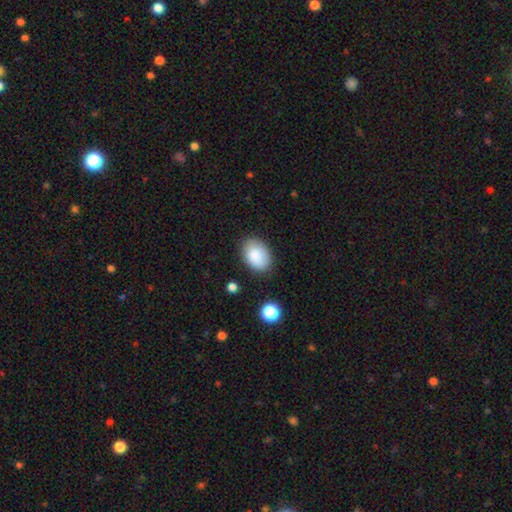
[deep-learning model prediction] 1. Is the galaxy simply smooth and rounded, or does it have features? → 86% smooth, 7% star or artifact, 6% featured or disk.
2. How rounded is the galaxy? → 84% in between, 15% round, 1% cigar-shaped.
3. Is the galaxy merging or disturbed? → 80% none, 15% minor disturbance, 3% major disturbance, 2% merger.